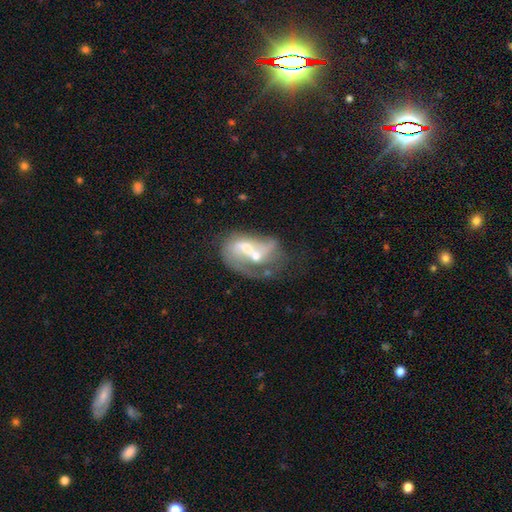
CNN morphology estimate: This is likely a featured or disk galaxy (68%). It is clearly not viewed edge-on (97%). Bar: possibly no (56%). Spiral arm pattern: likely yes (62%). Central bulge: likely moderate (61%). Merging: possibly merger (60%).